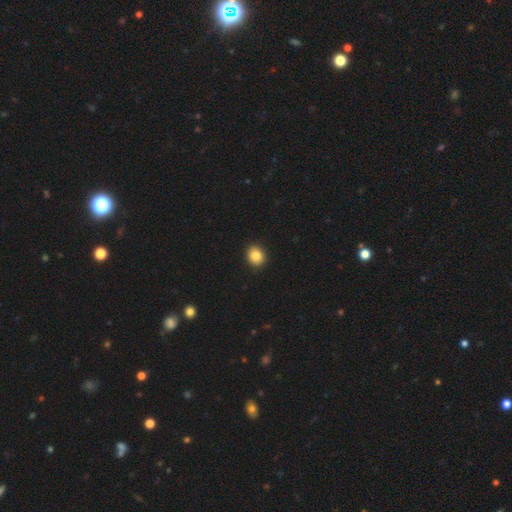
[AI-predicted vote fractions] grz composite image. It shows a smooth galaxy with no disk features (86%) that is round (63%). Merging: none (91%).